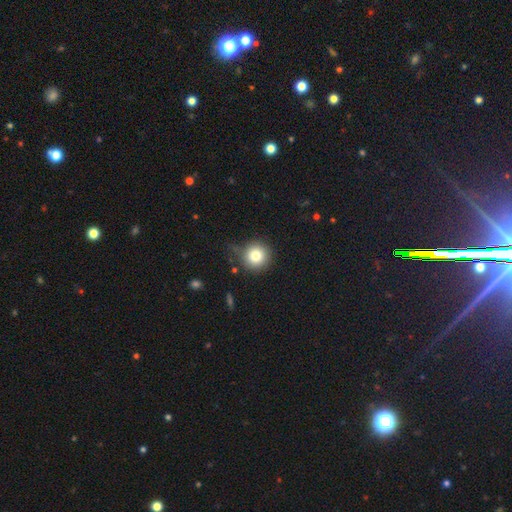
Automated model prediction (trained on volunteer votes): A smooth galaxy with no disk features (80%) that is round (95%).

Vote fractions:
- Smooth or featured? smooth: 80% / star or artifact: 11% / featured or disk: 9%
- How rounded? round: 95% / in between: 4% / cigar-shaped: 1%
- Merging? none: 76% / minor disturbance: 16% / major disturbance: 5% / merger: 3%